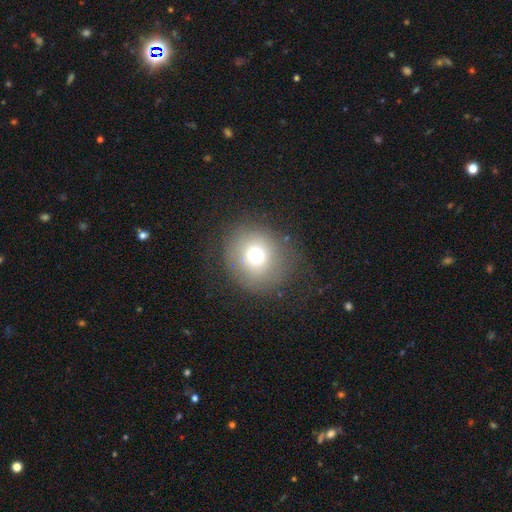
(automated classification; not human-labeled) smooth_or_featured: smooth (p=0.69) [alt: star or artifact p=0.16]
how_rounded: round (p=0.90) [alt: in between p=0.10]
merging: none (p=0.75) [alt: minor disturbance p=0.13]